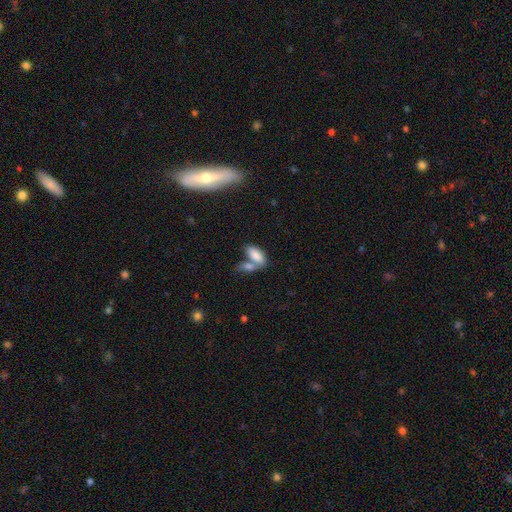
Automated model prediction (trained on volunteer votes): smooth_or_featured: smooth (p=0.84) [alt: featured or disk p=0.09]
how_rounded: in between (p=0.91) [alt: cigar-shaped p=0.07]
merging: merger (p=0.51) [alt: none p=0.35]